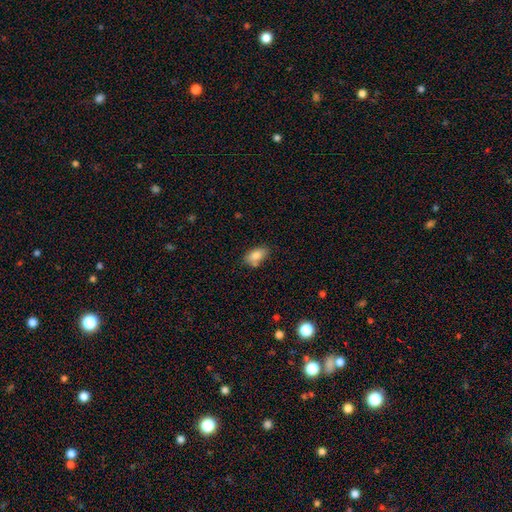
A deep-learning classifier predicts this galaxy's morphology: A smooth galaxy with no disk features (82%) that is in between round and cigar-shaped (90%). Merging: none (66%).